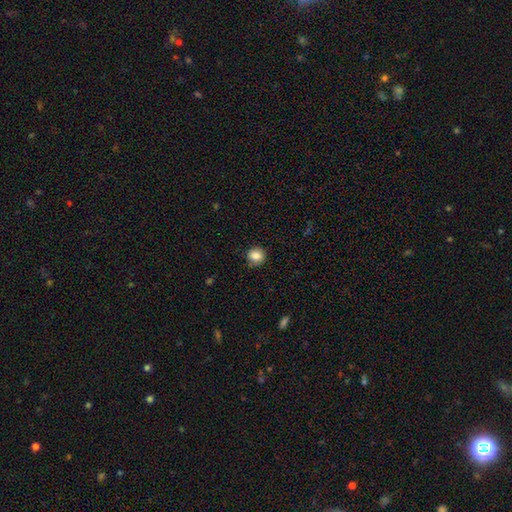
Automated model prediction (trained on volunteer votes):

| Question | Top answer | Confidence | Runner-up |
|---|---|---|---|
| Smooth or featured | smooth | 84% | star or artifact (10%) |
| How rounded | round | 85% | in between (14%) |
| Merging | none | 81% | minor disturbance (14%) |